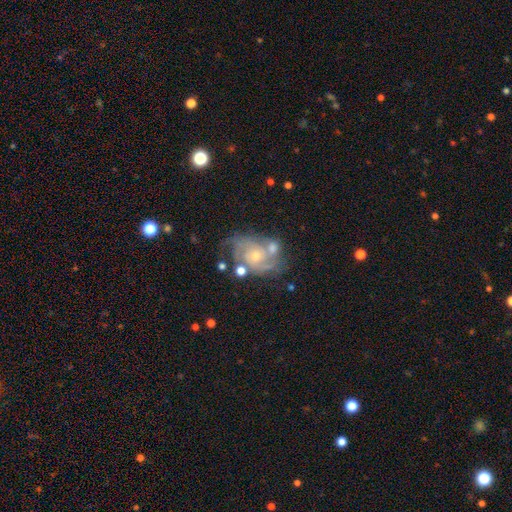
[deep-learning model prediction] This appears to be a featured or disk galaxy (84%) with no bar (69%), 2 (52%) medium (45%) spiral arms (95%) and a small central bulge (58%). Merging: none (51%).